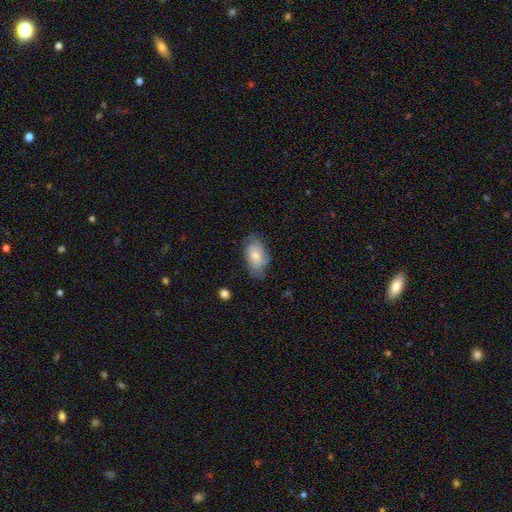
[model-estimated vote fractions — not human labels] Overall: smooth (60%; featured or disk 33%). How rounded: in between (91%). Merging: none (62%; minor disturbance 28%).